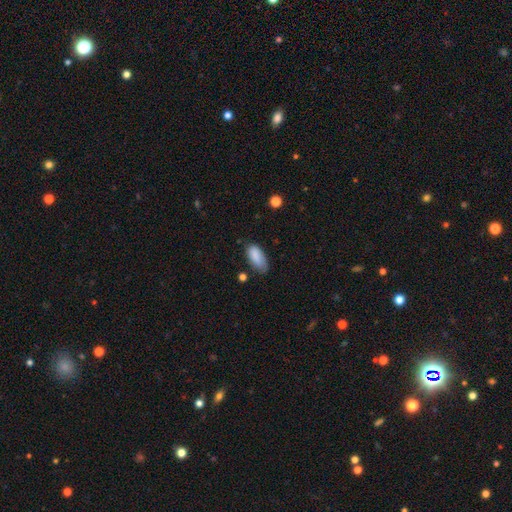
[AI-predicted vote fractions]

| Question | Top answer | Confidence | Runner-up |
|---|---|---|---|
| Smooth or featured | smooth | 86% | featured or disk (7%) |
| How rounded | in between | 89% | cigar-shaped (9%) |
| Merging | none | 57% | minor disturbance (33%) |